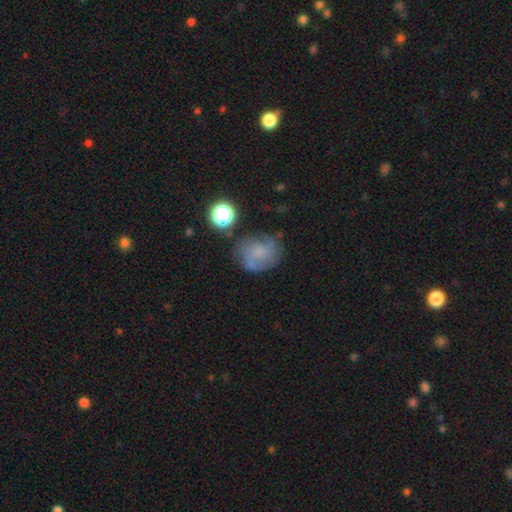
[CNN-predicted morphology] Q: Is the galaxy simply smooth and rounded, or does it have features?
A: smooth — 48%.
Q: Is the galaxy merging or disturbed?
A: none — 53%.